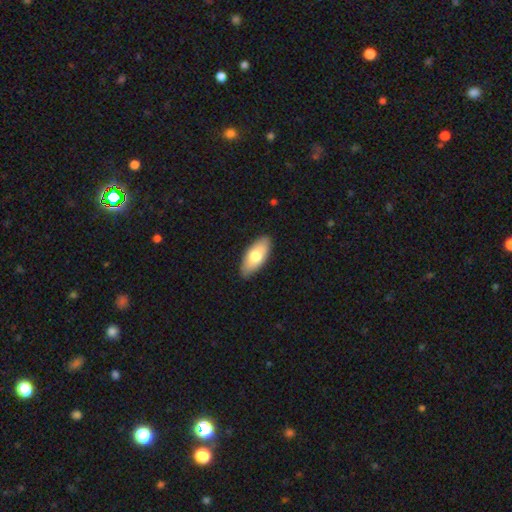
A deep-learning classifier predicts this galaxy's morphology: This appears to be a smooth galaxy with no disk features (72%) that is in between round and cigar-shaped (86%). Merging: none (87%).